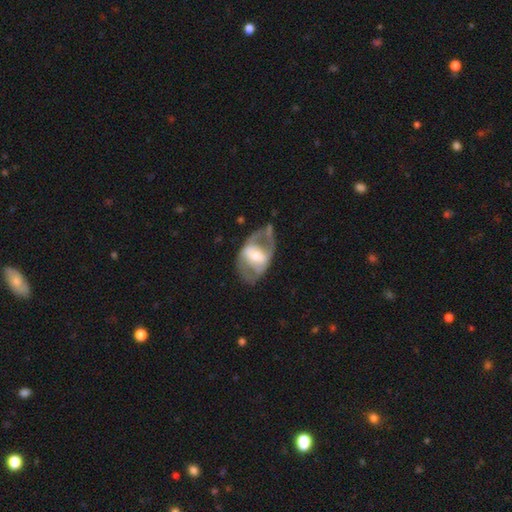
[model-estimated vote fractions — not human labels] This appears to be a featured or disk galaxy (70%) with a strong bar (43%), no spiral arms (54%) and a moderate central bulge (52%). Merging: none (50%).